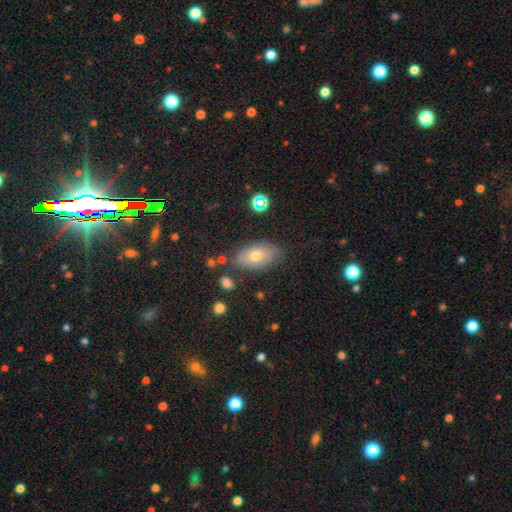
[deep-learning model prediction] smooth_or_featured: smooth (p=0.64) [alt: featured or disk p=0.25]
how_rounded: in between (p=0.91) [alt: round p=0.06]
merging: none (p=0.79) [alt: minor disturbance p=0.15]